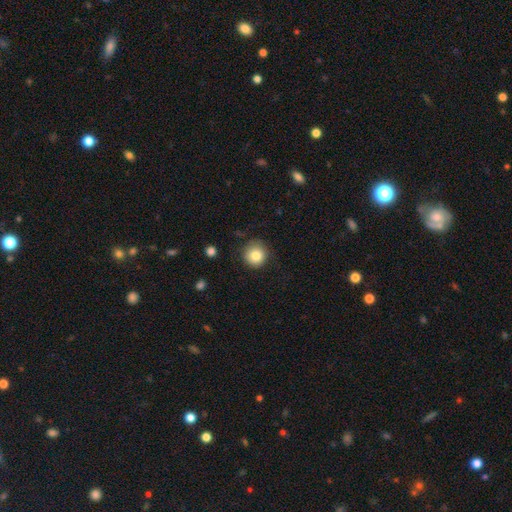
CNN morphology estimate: Smooth or featured?
  - smooth: 82% *
  - star or artifact: 10%
  - featured or disk: 8%
How rounded?
  - round: 91% *
  - in between: 8%
  - cigar-shaped: 1%
Merging?
  - none: 82% *
  - minor disturbance: 14%
  - major disturbance: 3%
  - merger: 1%